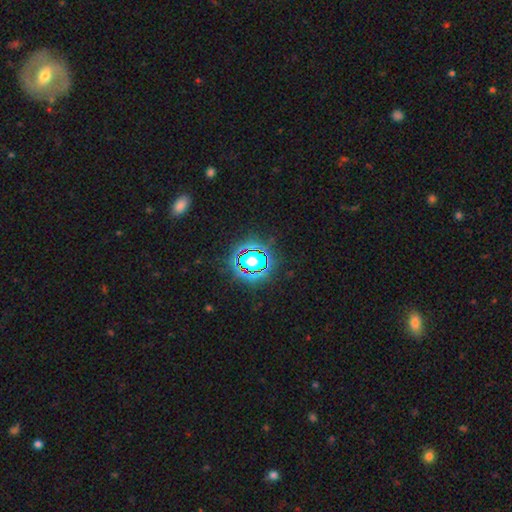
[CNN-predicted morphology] star or artifact 77%, smooth 14%, featured or disk 9%.